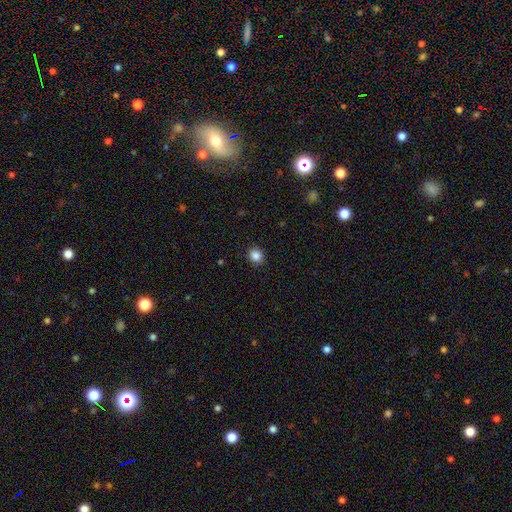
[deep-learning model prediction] smooth_or_featured: smooth (p=0.86) [alt: star or artifact p=0.10]
how_rounded: round (p=0.78) [alt: in between p=0.21]
merging: none (p=0.91) [alt: minor disturbance p=0.06]